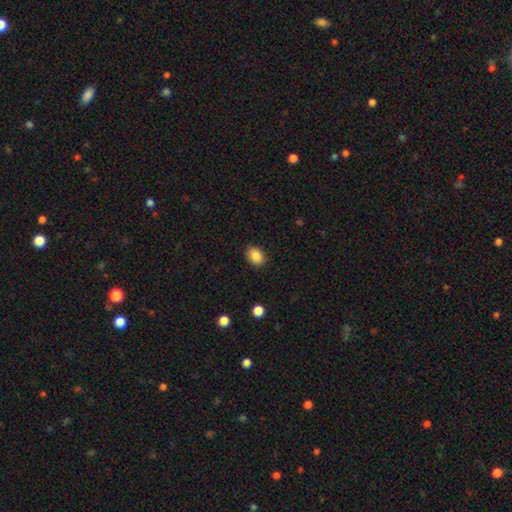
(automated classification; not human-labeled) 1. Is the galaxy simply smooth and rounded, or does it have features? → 87% smooth, 9% star or artifact, 4% featured or disk.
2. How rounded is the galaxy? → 74% in between, 25% round, 1% cigar-shaped.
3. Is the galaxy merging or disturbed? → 88% none, 9% minor disturbance, 2% major disturbance, 1% merger.